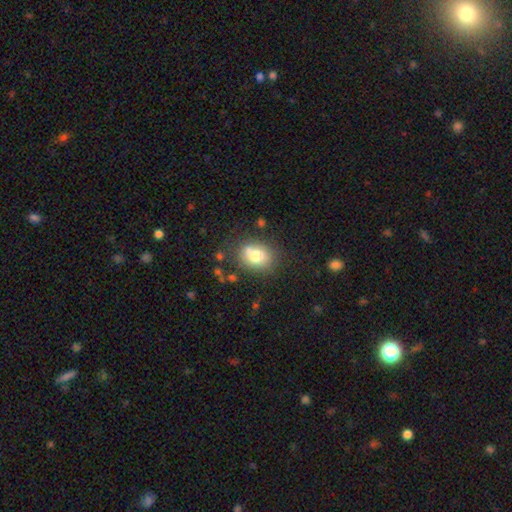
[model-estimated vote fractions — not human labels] A smooth galaxy with no disk features (73%) that is round (55%).

Vote fractions:
- Smooth or featured? smooth: 73% / featured or disk: 16% / star or artifact: 11%
- How rounded? round: 55% / in between: 44% / cigar-shaped: 1%
- Merging? none: 64% / minor disturbance: 15% / merger: 15% / major disturbance: 5%